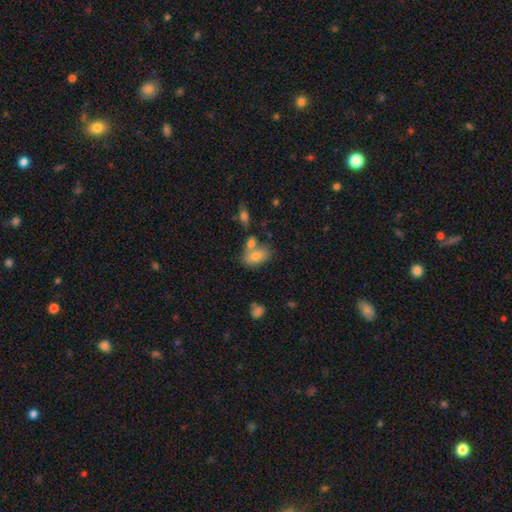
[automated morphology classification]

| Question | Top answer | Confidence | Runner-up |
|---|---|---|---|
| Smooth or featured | smooth | 79% | featured or disk (13%) |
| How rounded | in between | 90% | round (7%) |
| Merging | none | 48% | merger (34%) |